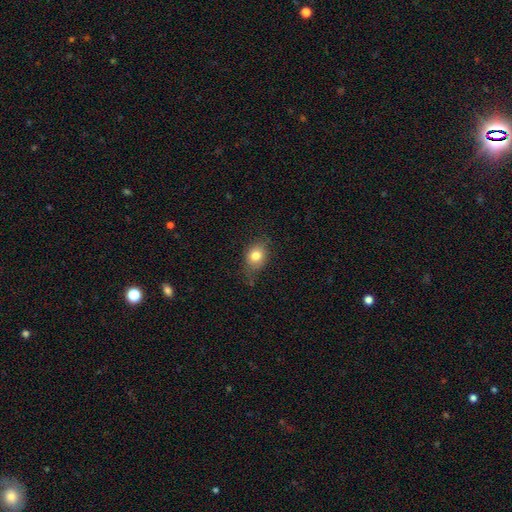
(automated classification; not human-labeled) Smooth or featured? smooth (79%)
How rounded? in between (54%)
Merging? none (64%)